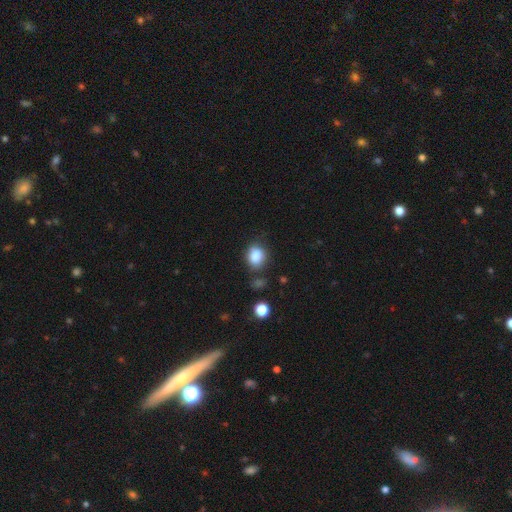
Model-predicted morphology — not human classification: type=smooth (84%); roundness=round (50%); merging=none (69%).